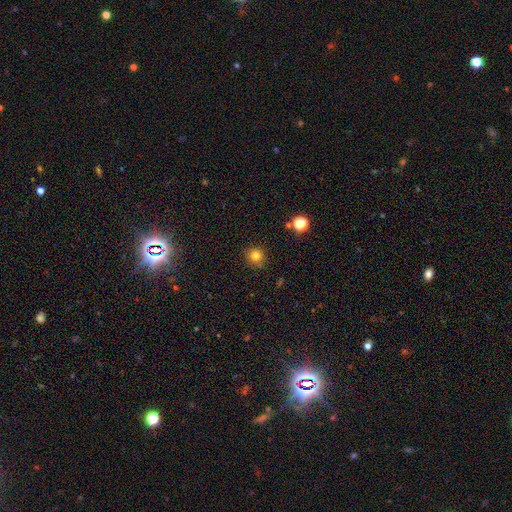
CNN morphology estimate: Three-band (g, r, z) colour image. It shows a smooth galaxy with no disk features (80%) that is round (90%). Merging: none (85%).